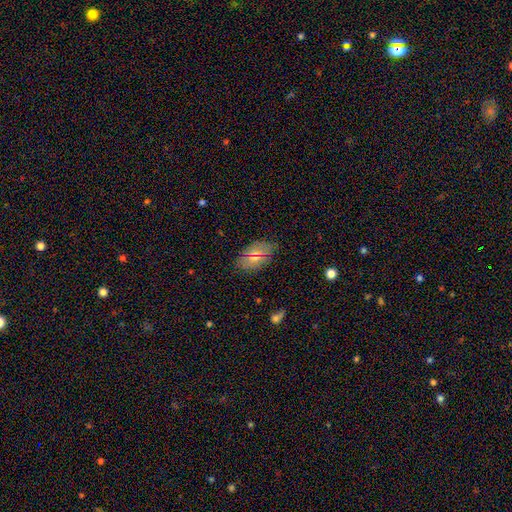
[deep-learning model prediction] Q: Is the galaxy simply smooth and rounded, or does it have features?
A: smooth — 59%.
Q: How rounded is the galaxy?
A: in between — 90%.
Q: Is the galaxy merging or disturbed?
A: none — 82%.